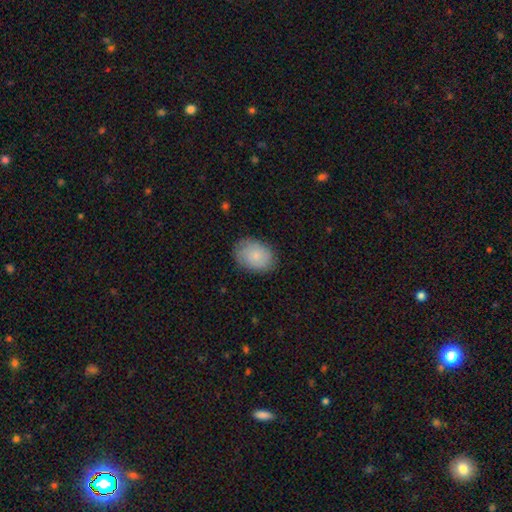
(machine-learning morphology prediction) Smooth or featured: smooth — 82% (featured or disk — 12%)
How rounded: in between — 71% (round — 28%)
Merging: none — 82% (minor disturbance — 14%)